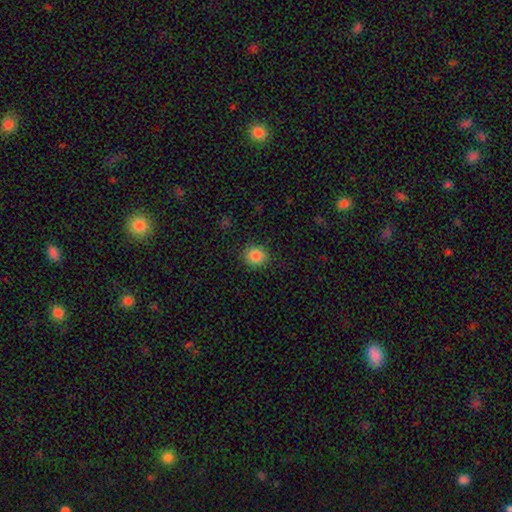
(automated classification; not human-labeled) Q: Smooth or featured?
A: smooth (86%); runner-up: star or artifact (10%)
Q: How rounded?
A: round (86%); runner-up: in between (13%)
Q: Merging?
A: none (89%); runner-up: minor disturbance (7%)